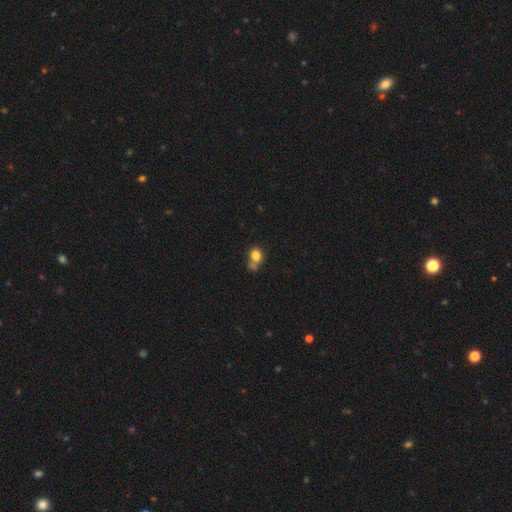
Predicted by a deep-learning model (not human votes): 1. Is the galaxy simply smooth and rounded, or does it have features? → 79% smooth, 11% star or artifact, 10% featured or disk.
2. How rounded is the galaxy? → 62% round, 37% in between, 1% cigar-shaped.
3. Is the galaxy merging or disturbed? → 41% none, 34% merger, 17% minor disturbance, 9% major disturbance.